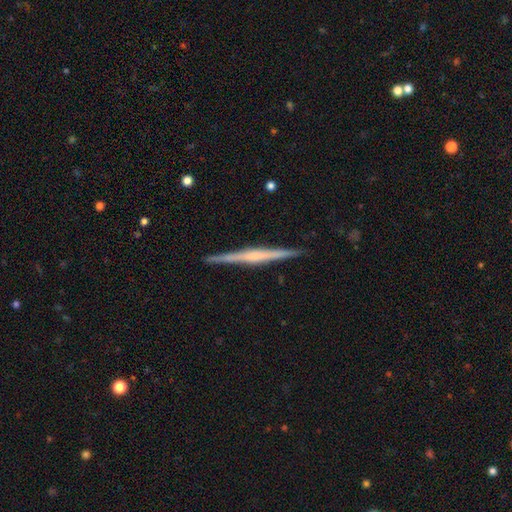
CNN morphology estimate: A featured or disk galaxy (74%) viewed edge-on (98%) with a rounded central bulge (43%). Merging: none (91%).